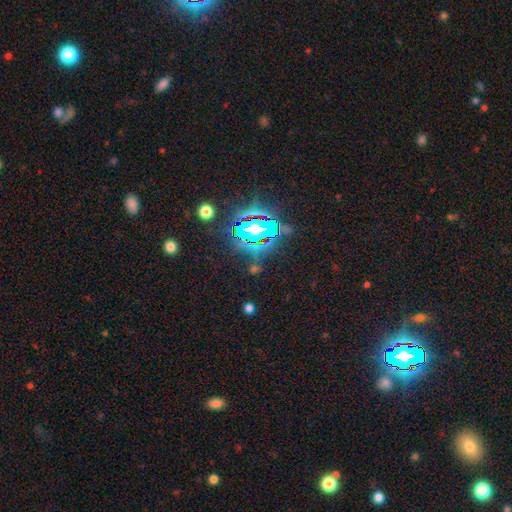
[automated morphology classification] A star or artifact, not a galaxy (78%).